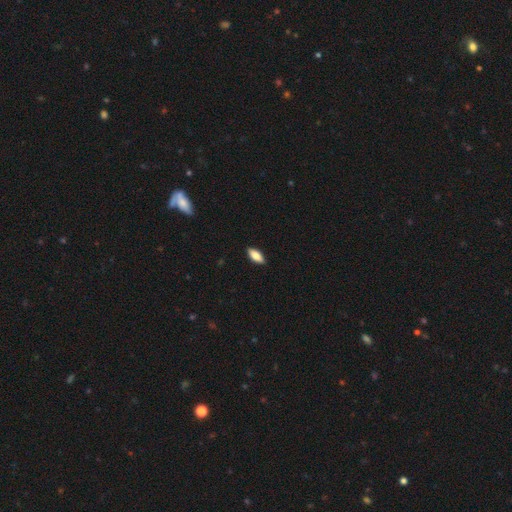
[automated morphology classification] Q: Smooth or featured?
A: smooth (79%); runner-up: featured or disk (14%)
Q: How rounded?
A: in between (80%); runner-up: cigar-shaped (18%)
Q: Merging?
A: none (89%); runner-up: minor disturbance (8%)